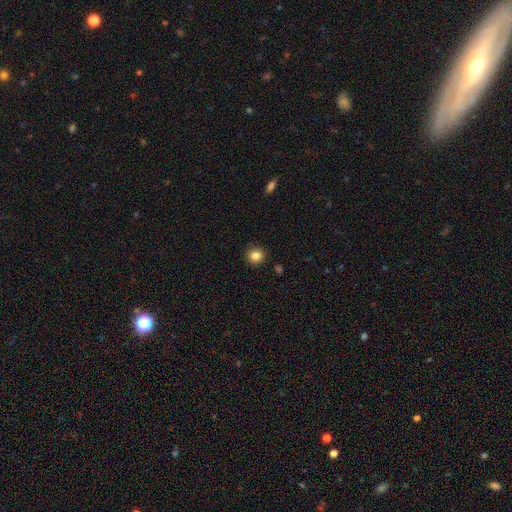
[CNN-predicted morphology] A smooth galaxy with no disk features (84%) that is round (92%). Merging: none (91%).